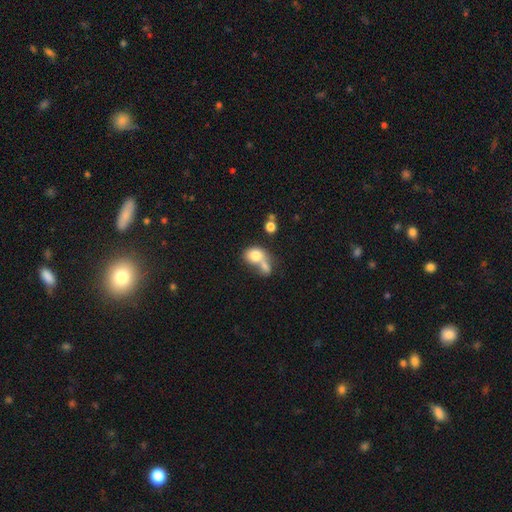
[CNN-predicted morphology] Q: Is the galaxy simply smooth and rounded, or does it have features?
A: smooth — 77%.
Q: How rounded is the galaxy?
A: in between — 58%.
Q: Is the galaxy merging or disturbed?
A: merger — 62%.